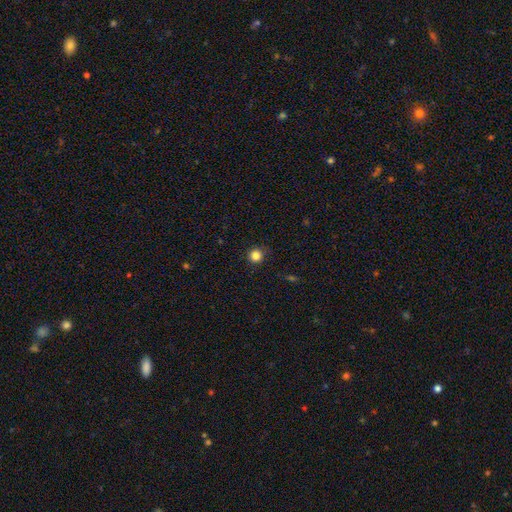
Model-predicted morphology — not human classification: A smooth galaxy with no disk features (84%) that is round (94%). Merging: none (89%).